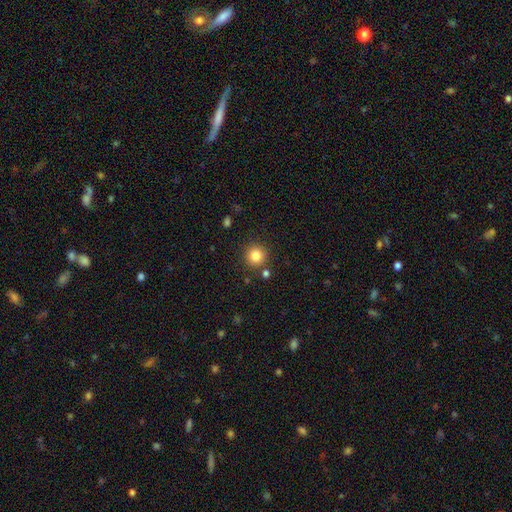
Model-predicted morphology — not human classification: Overall: smooth (83%). How rounded: round (94%). Merging: none (86%).